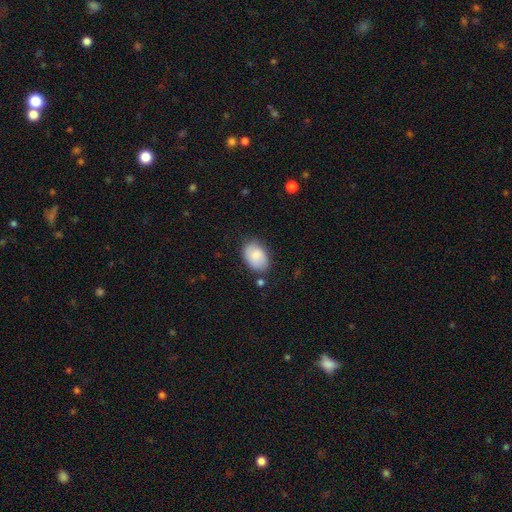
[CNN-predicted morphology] The model was most divided on "merging": none: 75%, minor disturbance: 18%, major disturbance: 4%, merger: 3%. More confident: how rounded — in between (85%); smooth or featured — smooth (83%).